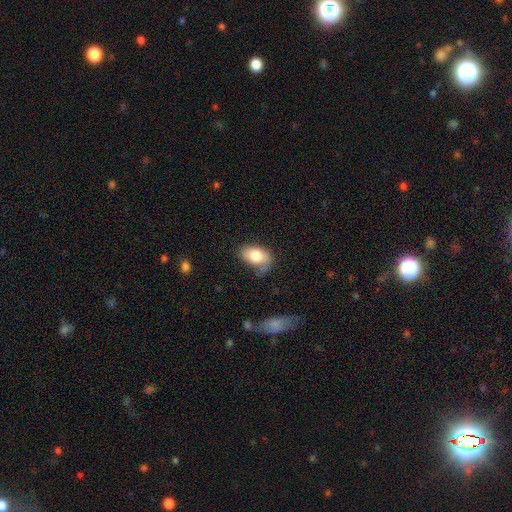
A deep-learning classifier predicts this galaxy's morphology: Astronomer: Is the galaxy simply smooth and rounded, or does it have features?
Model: smooth — 73%.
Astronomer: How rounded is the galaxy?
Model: in between — 86%.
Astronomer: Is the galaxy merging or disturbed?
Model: none — 38% (runner-up: minor disturbance, 34%).